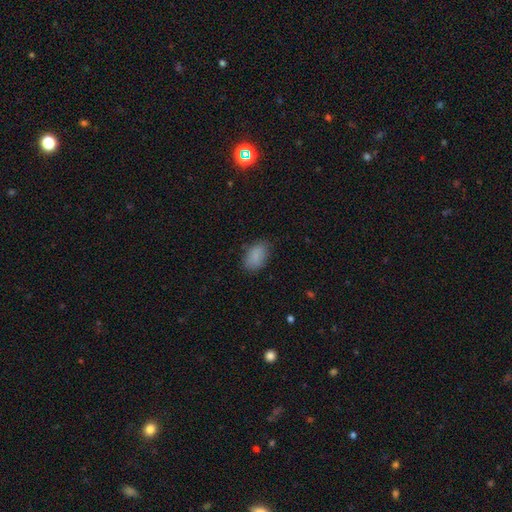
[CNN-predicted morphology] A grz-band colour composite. It shows a smooth galaxy with no disk features (87%) that is in between round and cigar-shaped (91%). Merging: none (78%).